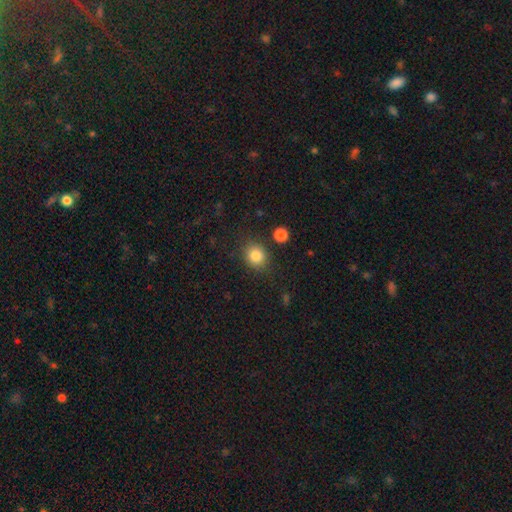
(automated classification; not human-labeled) This is clearly a smooth galaxy (84%). How rounded: likely round (77%). Merging: clearly none (82%).